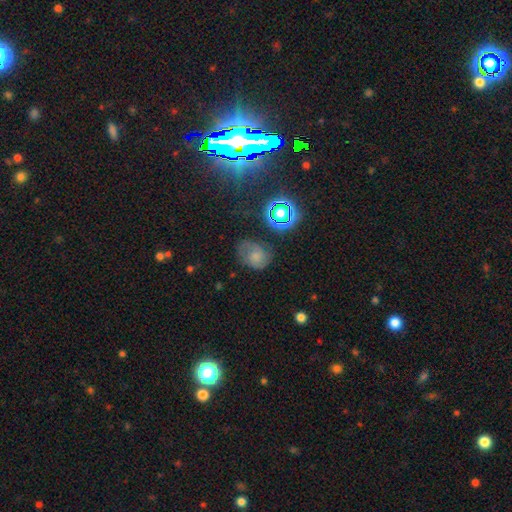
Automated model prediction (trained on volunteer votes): smooth_or_featured: smooth (p=0.50) [alt: featured or disk p=0.32]
how_rounded: in between (p=0.52) [alt: round p=0.46]
merging: none (p=0.49) [alt: minor disturbance p=0.29]